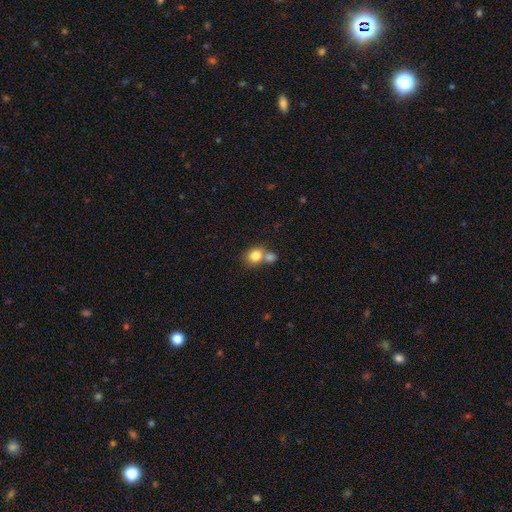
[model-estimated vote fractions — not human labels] A smooth galaxy with no disk features (82%) that is round (71%). Merging: merger (48%).